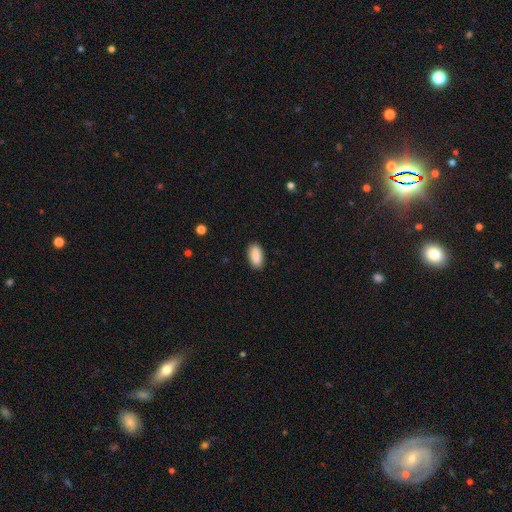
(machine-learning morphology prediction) A smooth galaxy with no disk features (89%) that is in between round and cigar-shaped (89%).

Vote fractions:
- Smooth or featured? smooth: 89% / star or artifact: 7% / featured or disk: 4%
- How rounded? in between: 89% / cigar-shaped: 8% / round: 3%
- Merging? none: 87% / minor disturbance: 10% / major disturbance: 2% / merger: 1%